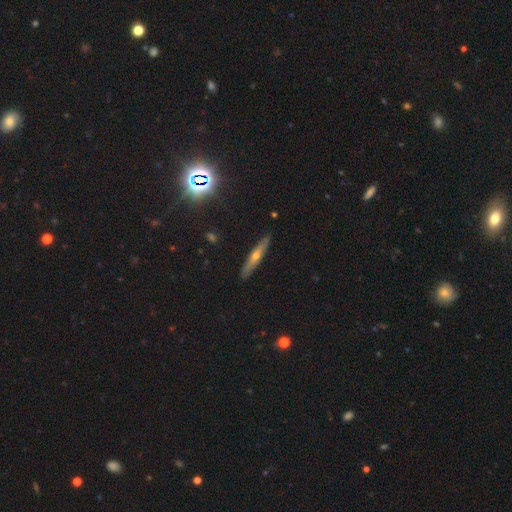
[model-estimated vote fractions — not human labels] A featured or disk galaxy (56%) viewed edge-on (90%) with a rounded central bulge (81%). Merging: none (89%).